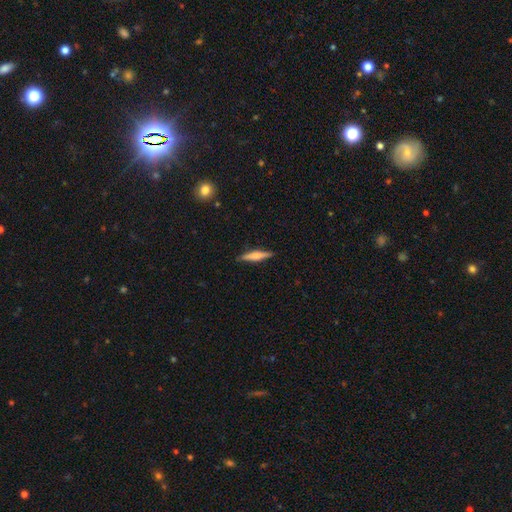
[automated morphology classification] Q: Smooth or featured?
A: smooth (48%); runner-up: featured or disk (46%)
Q: Merging?
A: none (89%); runner-up: minor disturbance (8%)